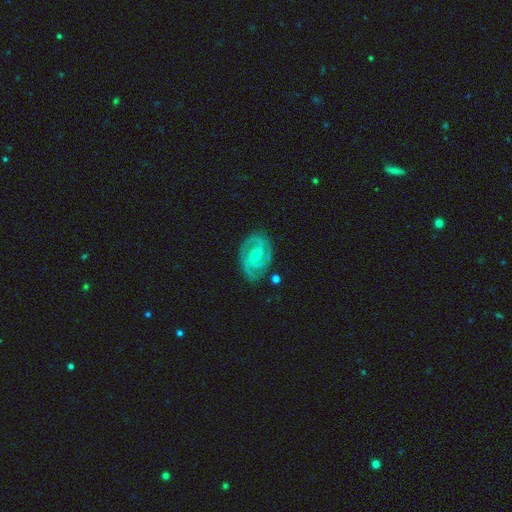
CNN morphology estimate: Q: Smooth or featured?
A: featured or disk (88%); runner-up: smooth (6%)
Q: Edge-on disk?
A: no (97%); runner-up: yes (3%)
Q: Bar?
A: weak (44%); runner-up: no (42%)
Q: Spiral arms?
A: yes (97%); runner-up: no (3%)
Q: Spiral winding?
A: tight (50%); runner-up: medium (42%)
Q: Spiral arm count?
A: 2 (44%); runner-up: 3 (32%)
Q: Bulge size?
A: small (63%); runner-up: moderate (34%)
Q: Merging?
A: none (77%); runner-up: minor disturbance (17%)